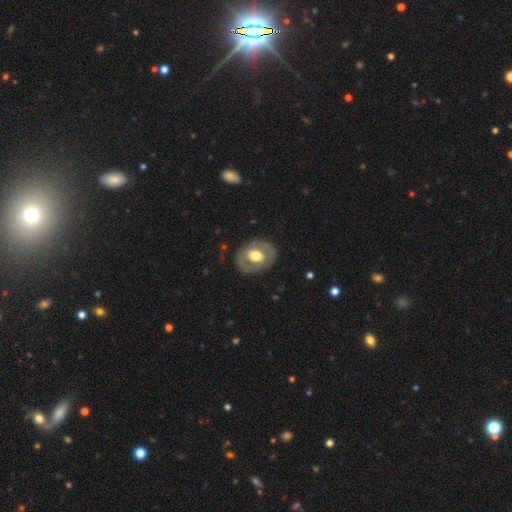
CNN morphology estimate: Overall: featured or disk (56%; smooth 39%). Edge-on disk: no (95%). Bar: no (70%). Spiral arms: no (73%). Bulge size: moderate (51%; large 41%). Merging: none (80%).